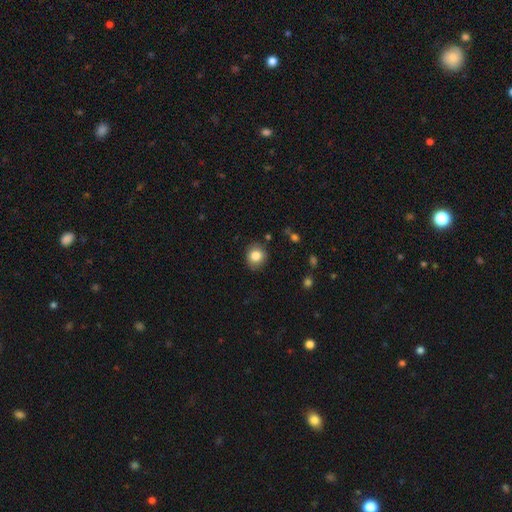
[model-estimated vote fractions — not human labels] smooth_or_featured: smooth (p=0.83) [alt: star or artifact p=0.09]
how_rounded: round (p=0.75) [alt: in between p=0.24]
merging: none (p=0.86) [alt: minor disturbance p=0.11]